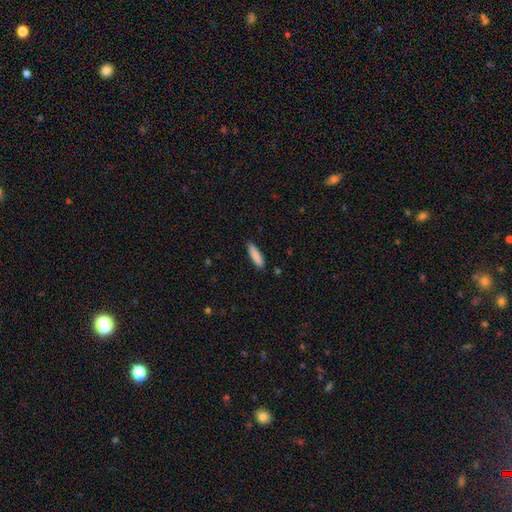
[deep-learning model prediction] Smooth or featured?
  - smooth: 87% *
  - featured or disk: 6%
  - star or artifact: 6%
How rounded?
  - cigar-shaped: 69% *
  - in between: 30%
  - round: 1%
Merging?
  - none: 85% *
  - minor disturbance: 11%
  - major disturbance: 2%
  - merger: 1%